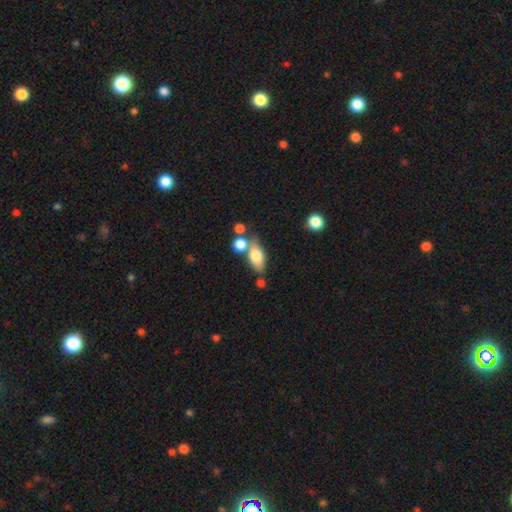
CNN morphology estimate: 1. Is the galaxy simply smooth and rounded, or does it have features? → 73% smooth, 19% featured or disk, 8% star or artifact.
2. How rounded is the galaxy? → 80% in between, 11% cigar-shaped, 9% round.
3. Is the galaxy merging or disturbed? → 55% none, 25% merger, 14% minor disturbance, 6% major disturbance.